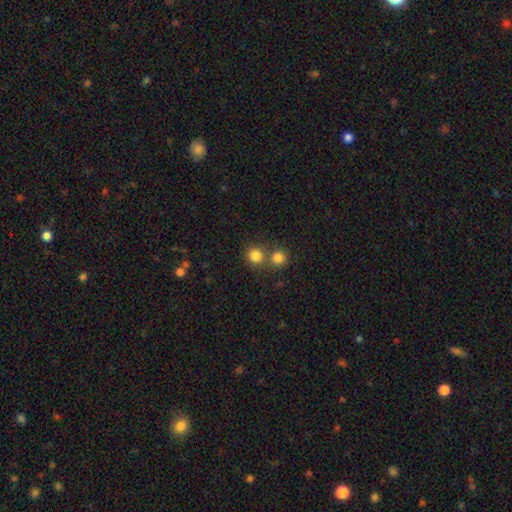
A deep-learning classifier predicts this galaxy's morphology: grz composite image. It shows a smooth galaxy with no disk features (82%) that is round (87%). Merging: none (59%).